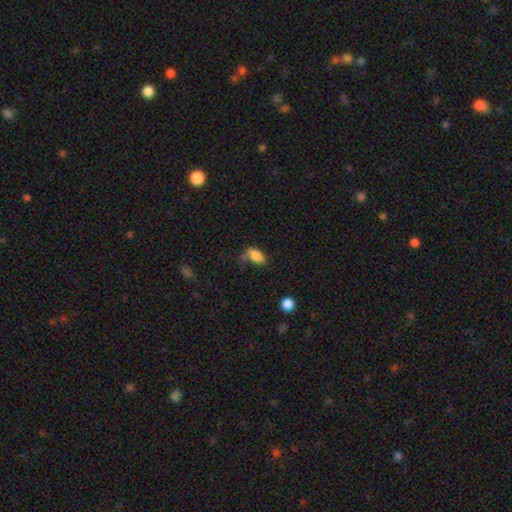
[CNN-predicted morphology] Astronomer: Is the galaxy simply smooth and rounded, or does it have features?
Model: smooth — 82%.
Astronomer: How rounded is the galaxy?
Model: in between — 89%.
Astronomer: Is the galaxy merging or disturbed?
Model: none — 46% (runner-up: minor disturbance, 32%).